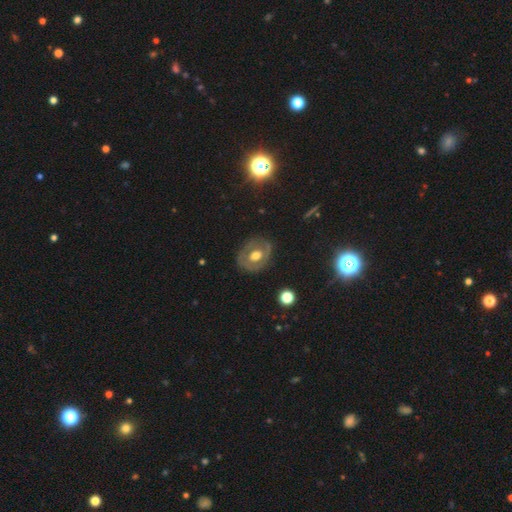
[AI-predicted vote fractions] Smooth or featured?
  - featured or disk: 59% *
  - smooth: 33%
  - star or artifact: 7%
Edge-on disk?
  - no: 95% *
  - yes: 5%
Bar?
  - no: 70% *
  - weak: 22%
  - strong: 7%
Spiral arms?
  - no: 71% *
  - yes: 29%
Bulge size?
  - moderate: 64% *
  - large: 28%
  - small: 6%
  - dominant: 2%
  - none: 1%
Merging?
  - none: 77% *
  - minor disturbance: 15%
  - major disturbance: 6%
  - merger: 1%